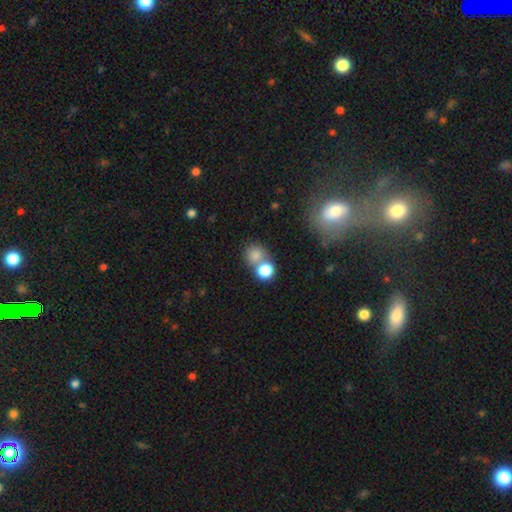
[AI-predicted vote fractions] Overall: smooth (78%). How rounded: round (77%). Merging: merger (44%; none 42%).